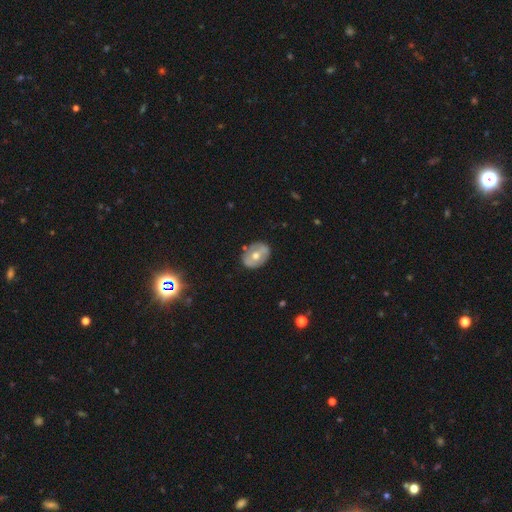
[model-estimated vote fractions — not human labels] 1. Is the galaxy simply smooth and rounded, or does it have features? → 51% featured or disk, 40% smooth, 9% star or artifact.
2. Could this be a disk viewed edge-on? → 93% no, 7% yes.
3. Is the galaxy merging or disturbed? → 82% none, 13% minor disturbance, 3% major disturbance, 1% merger.